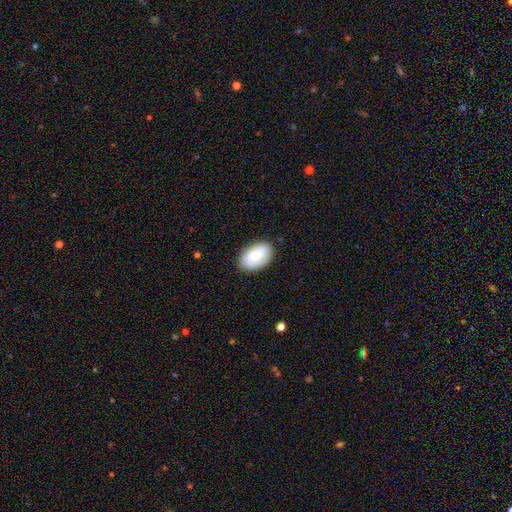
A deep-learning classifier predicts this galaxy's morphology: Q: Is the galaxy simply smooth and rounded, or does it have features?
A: smooth — 59%.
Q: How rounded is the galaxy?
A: in between — 90%.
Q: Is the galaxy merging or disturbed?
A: none — 80%.